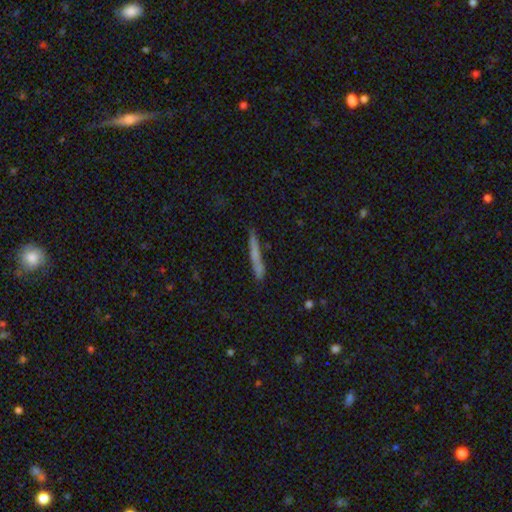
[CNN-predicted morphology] smooth_or_featured: smooth (p=0.63) [alt: featured or disk p=0.29]
how_rounded: cigar-shaped (p=0.96) [alt: in between p=0.03]
merging: none (p=0.84) [alt: minor disturbance p=0.11]